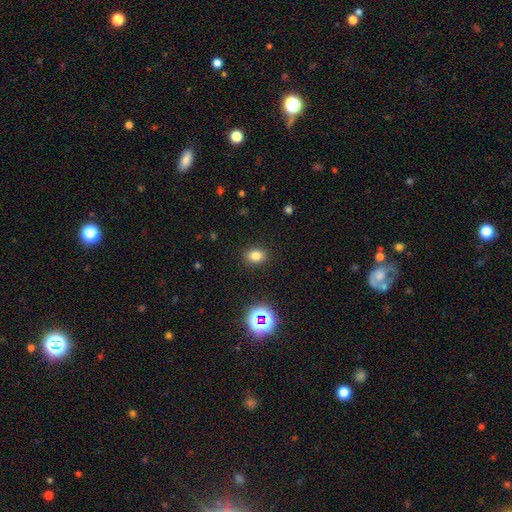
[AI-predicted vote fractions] This is likely a smooth galaxy (78%). How rounded: likely in between (60%). Merging: clearly none (88%).